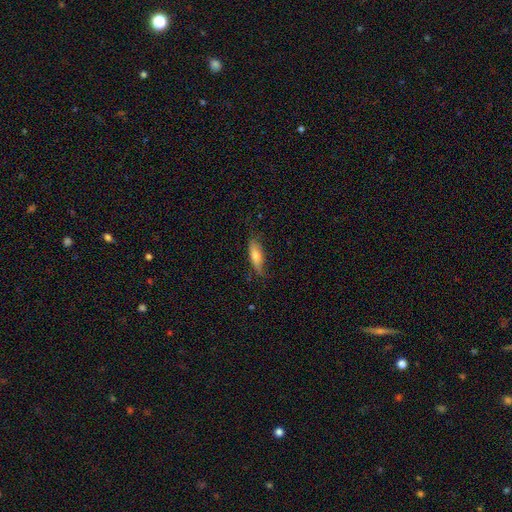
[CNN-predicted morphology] This appears to be a smooth galaxy with no disk features (66%) that is in between round and cigar-shaped (53%). Merging: none (67%).